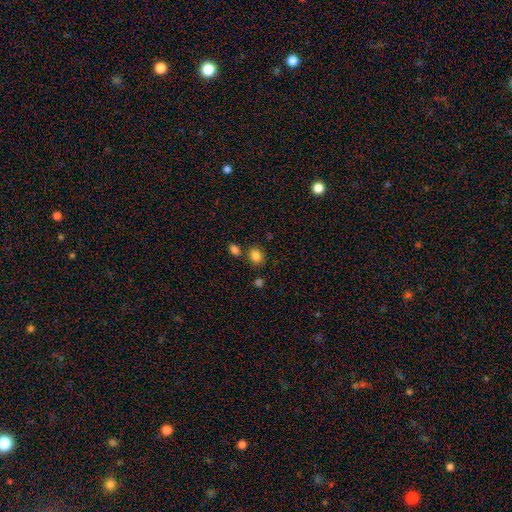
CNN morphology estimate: Overall: smooth (84%). How rounded: round (59%; in between 40%). Merging: none (73%).